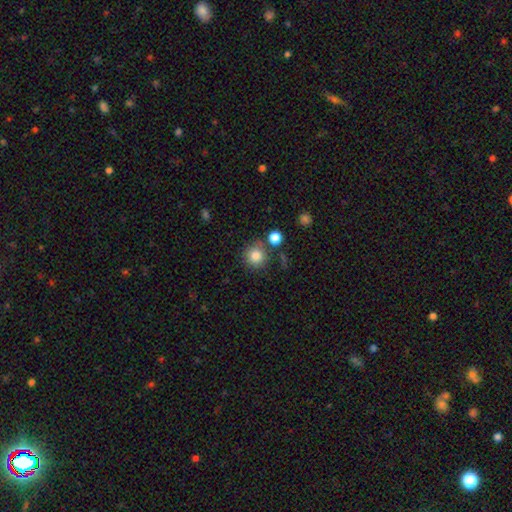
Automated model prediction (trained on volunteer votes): A smooth galaxy with no disk features (83%) that is round (93%).

Vote fractions:
- Smooth or featured? smooth: 83% / star or artifact: 11% / featured or disk: 6%
- How rounded? round: 93% / in between: 6% / cigar-shaped: 1%
- Merging? none: 77% / minor disturbance: 10% / merger: 9% / major disturbance: 4%